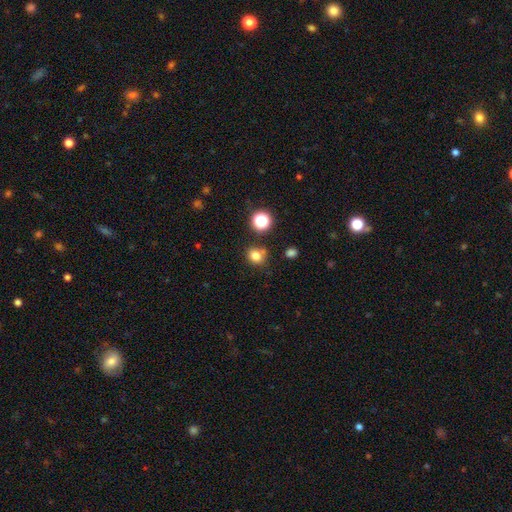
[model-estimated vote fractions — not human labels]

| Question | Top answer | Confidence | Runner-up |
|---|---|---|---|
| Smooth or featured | smooth | 78% | star or artifact (16%) |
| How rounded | round | 69% | in between (30%) |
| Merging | none | 71% | minor disturbance (14%) |